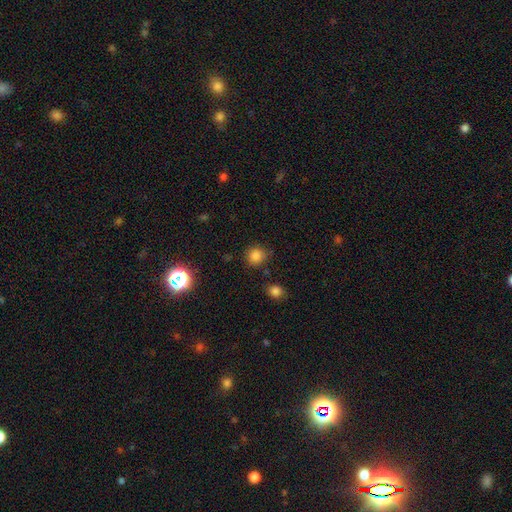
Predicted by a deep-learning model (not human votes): Smooth or featured: smooth — 81% (star or artifact — 14%)
How rounded: round — 89% (in between — 10%)
Merging: none — 80% (minor disturbance — 13%)